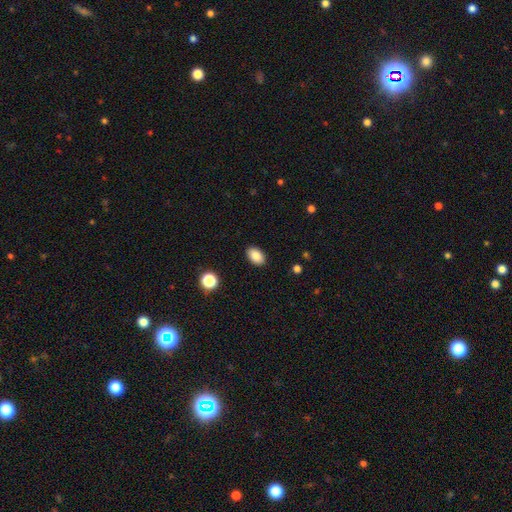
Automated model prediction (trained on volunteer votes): Morphology: type=smooth (86%); roundness=in between (87%); merging=none (89%).